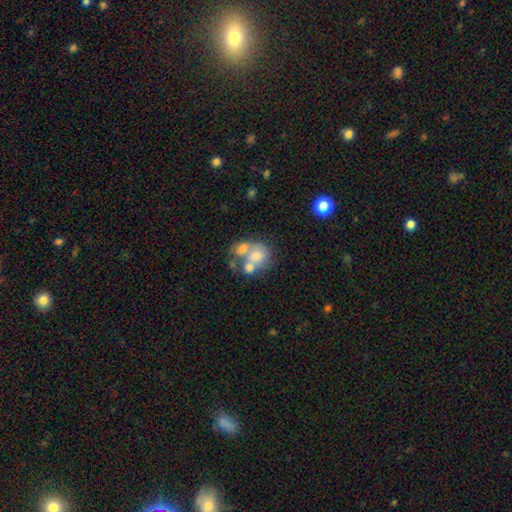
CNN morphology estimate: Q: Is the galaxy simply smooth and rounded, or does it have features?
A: smooth — 58%.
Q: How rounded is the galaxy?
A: in between — 50%.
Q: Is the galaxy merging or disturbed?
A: merger — 61%.